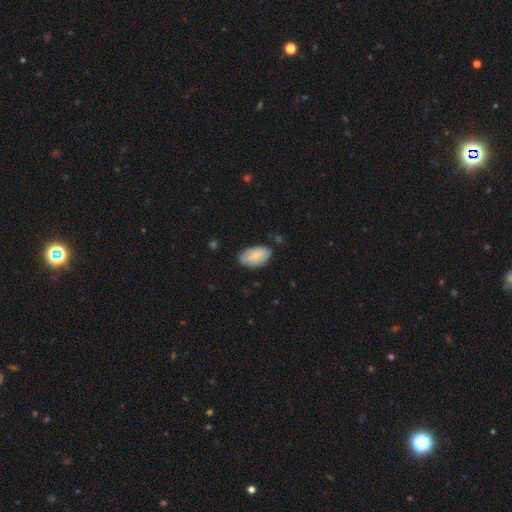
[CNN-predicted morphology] type=smooth (73%); roundness=in between (94%); merging=none (74%).